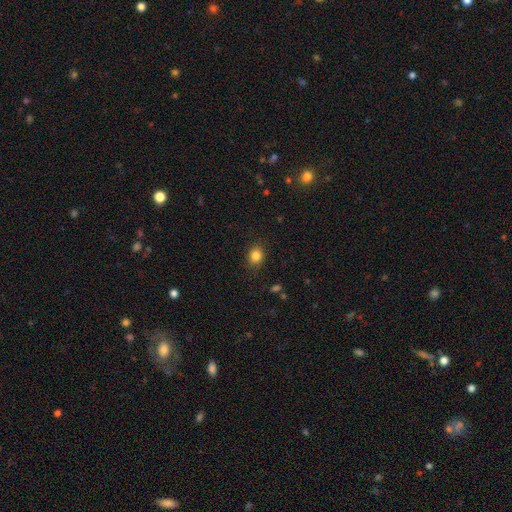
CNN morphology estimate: Overall: smooth (84%). How rounded: round (64%; in between 35%). Merging: none (87%).